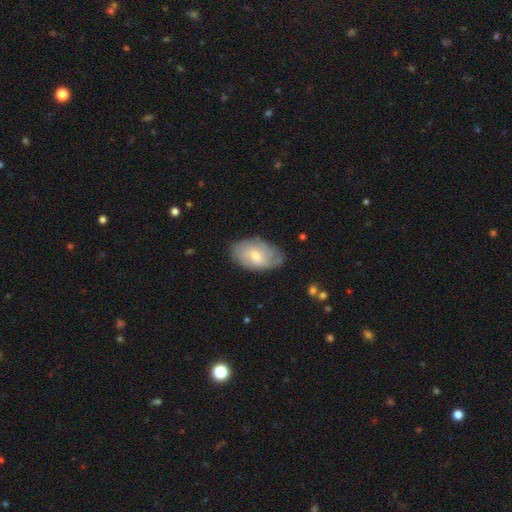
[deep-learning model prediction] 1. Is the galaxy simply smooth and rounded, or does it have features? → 51% featured or disk, 43% smooth, 6% star or artifact.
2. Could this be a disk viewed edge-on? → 94% no, 6% yes.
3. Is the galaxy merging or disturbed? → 73% none, 20% minor disturbance, 5% major disturbance, 1% merger.